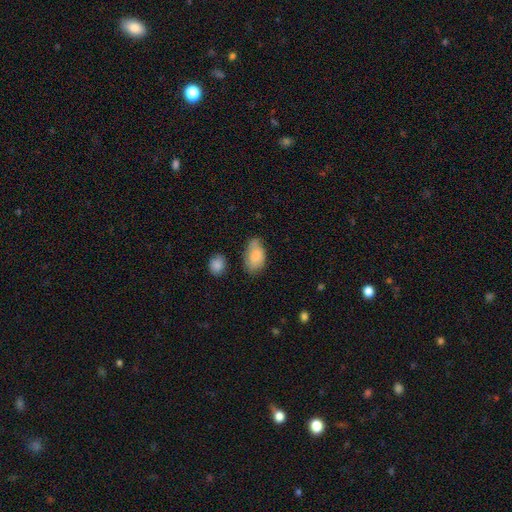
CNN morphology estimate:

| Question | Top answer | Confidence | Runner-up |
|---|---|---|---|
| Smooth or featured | smooth | 82% | featured or disk (11%) |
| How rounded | in between | 93% | round (5%) |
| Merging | none | 60% | minor disturbance (29%) |